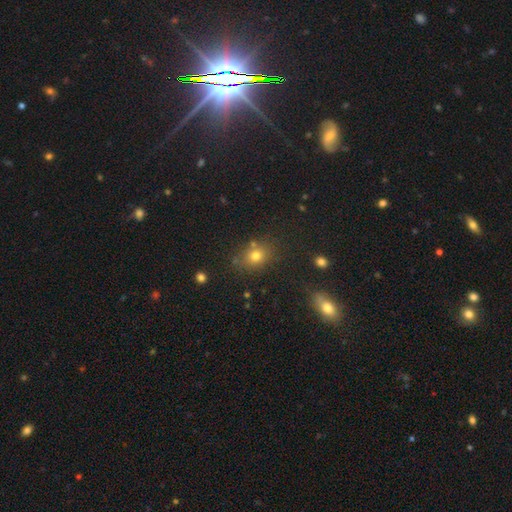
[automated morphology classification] Q: Smooth or featured?
A: smooth (75%); runner-up: star or artifact (16%)
Q: How rounded?
A: round (52%); runner-up: in between (47%)
Q: Merging?
A: none (76%); runner-up: minor disturbance (13%)